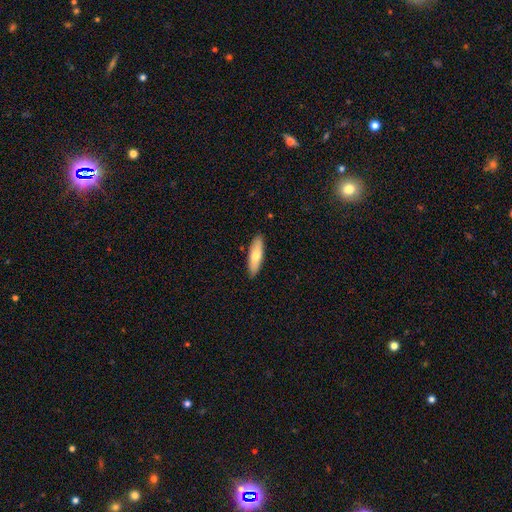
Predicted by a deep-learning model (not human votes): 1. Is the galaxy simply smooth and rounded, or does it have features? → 67% smooth, 28% featured or disk, 6% star or artifact.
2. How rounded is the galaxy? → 52% cigar-shaped, 46% in between, 2% round.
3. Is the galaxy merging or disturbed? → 89% none, 8% minor disturbance, 2% major disturbance, 1% merger.